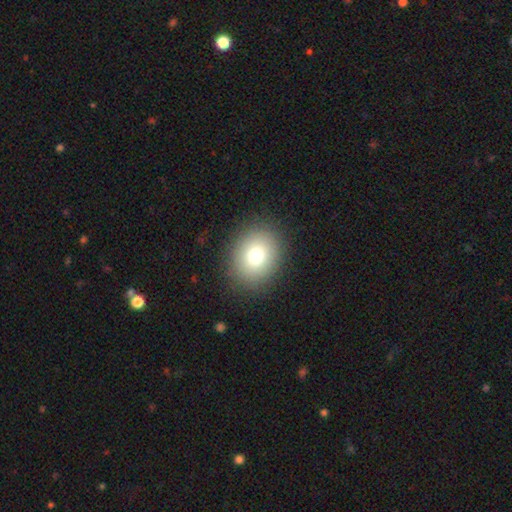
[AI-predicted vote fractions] smooth-or-featured: smooth: 79% | featured or disk: 11% | star or artifact: 11%
  how-rounded: round: 59% | in between: 41% | cigar-shaped: 1%
  merging: none: 88% | minor disturbance: 8% | major disturbance: 3% | merger: 1%